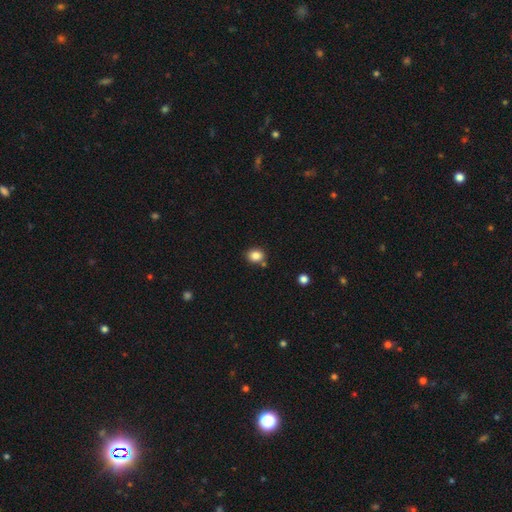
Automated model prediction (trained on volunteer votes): Smooth or featured?
  - smooth: 85% *
  - star or artifact: 10%
  - featured or disk: 5%
How rounded?
  - round: 59% *
  - in between: 40%
  - cigar-shaped: 1%
Merging?
  - none: 79% *
  - minor disturbance: 11%
  - merger: 8%
  - major disturbance: 3%